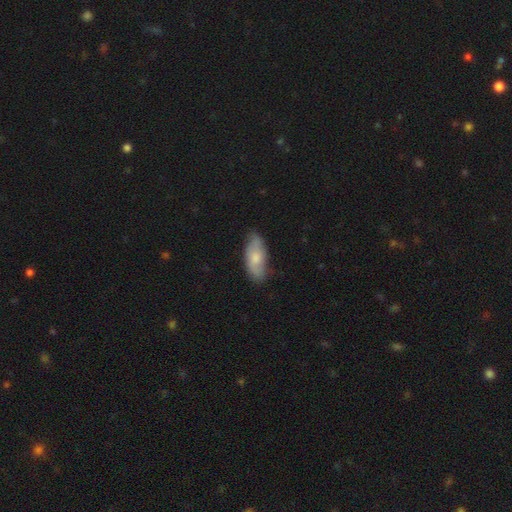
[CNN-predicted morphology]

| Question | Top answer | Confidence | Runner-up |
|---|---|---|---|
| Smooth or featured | smooth | 64% | featured or disk (29%) |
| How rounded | in between | 80% | cigar-shaped (18%) |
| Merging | none | 77% | minor disturbance (19%) |